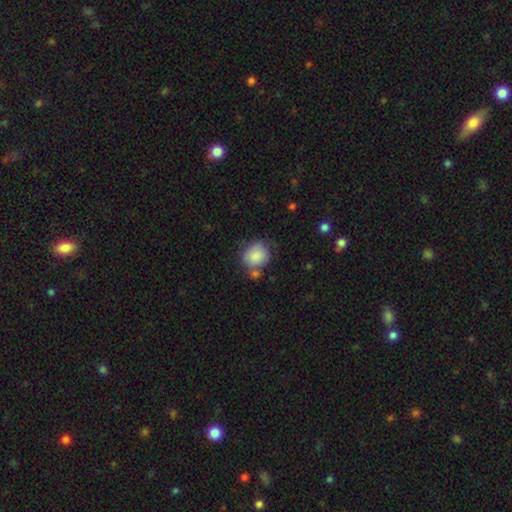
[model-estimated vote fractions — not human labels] Smooth or featured: smooth — 85% (featured or disk — 8%)
How rounded: round — 75% (in between — 24%)
Merging: none — 59% (minor disturbance — 21%)